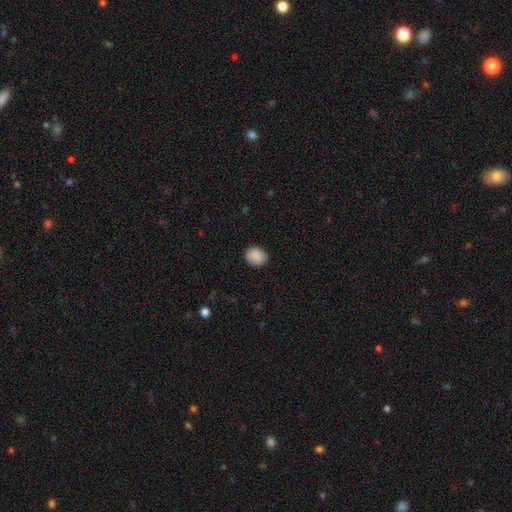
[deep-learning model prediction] A smooth galaxy with no disk features (89%) that is round (55%).

Vote fractions:
- Smooth or featured? smooth: 89% / star or artifact: 7% / featured or disk: 3%
- How rounded? round: 55% / in between: 44% / cigar-shaped: 1%
- Merging? none: 86% / minor disturbance: 11% / major disturbance: 2% / merger: 1%